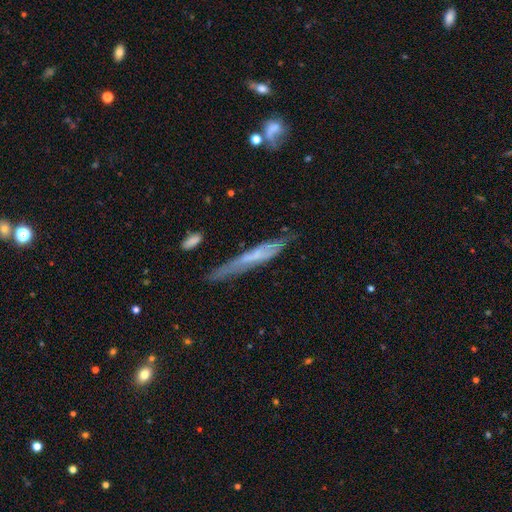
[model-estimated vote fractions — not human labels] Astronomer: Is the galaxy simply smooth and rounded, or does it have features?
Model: featured or disk — 52% (runner-up: smooth, 37%).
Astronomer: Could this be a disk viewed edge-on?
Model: yes — 79%.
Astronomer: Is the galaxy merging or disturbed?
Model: none — 68%.